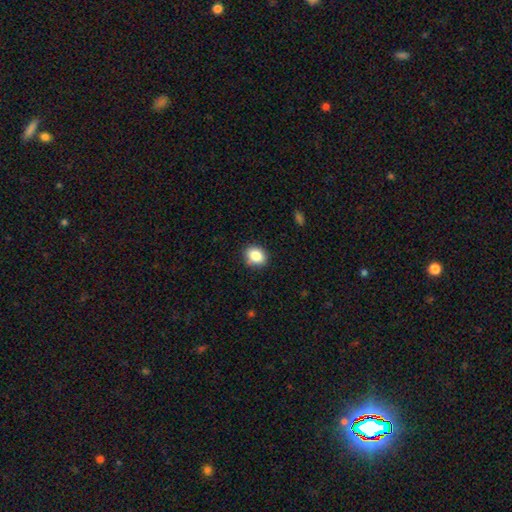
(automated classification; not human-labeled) Q: Smooth or featured?
A: smooth (86%); runner-up: star or artifact (9%)
Q: How rounded?
A: round (56%); runner-up: in between (43%)
Q: Merging?
A: none (87%); runner-up: minor disturbance (10%)